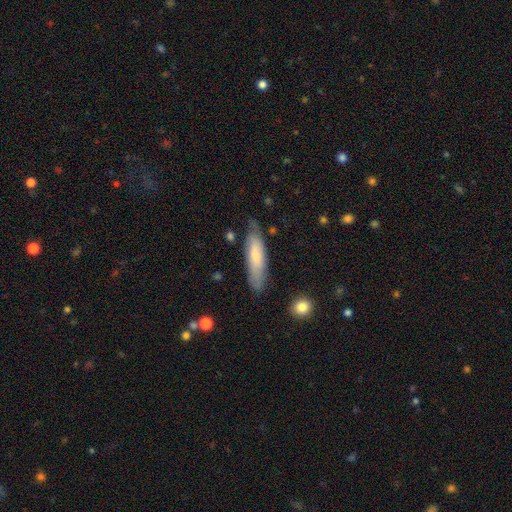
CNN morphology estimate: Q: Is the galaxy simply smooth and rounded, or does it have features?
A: smooth — 68%.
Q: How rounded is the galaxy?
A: cigar-shaped — 67%.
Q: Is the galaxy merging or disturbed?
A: none — 70%.